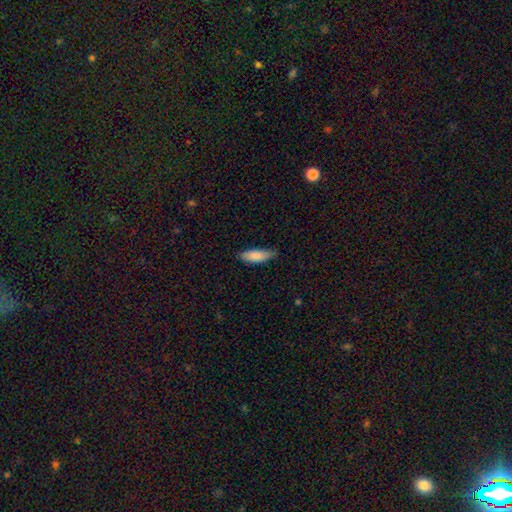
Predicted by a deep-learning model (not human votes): Morphology: type=smooth (86%); roundness=in between (58%); merging=none (77%).